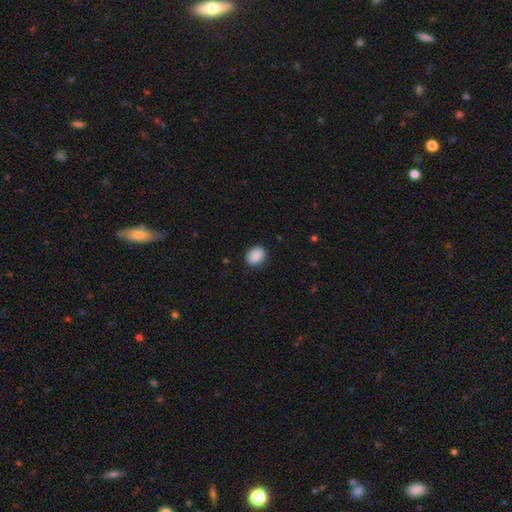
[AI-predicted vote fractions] A smooth galaxy with no disk features (90%) that is in between round and cigar-shaped (67%). Merging: none (85%).